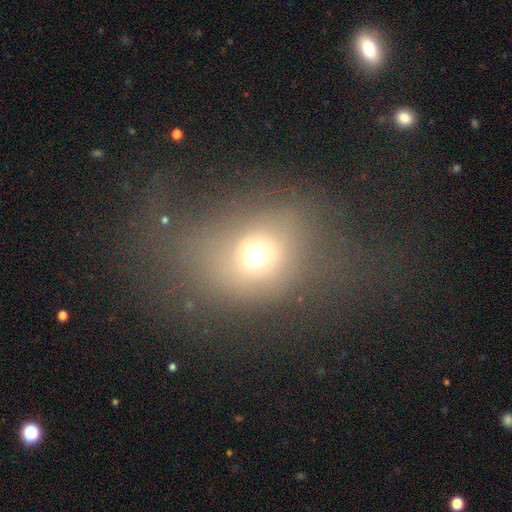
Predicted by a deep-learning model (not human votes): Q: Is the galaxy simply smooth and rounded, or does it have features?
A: smooth — 65%.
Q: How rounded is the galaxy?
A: round — 59%.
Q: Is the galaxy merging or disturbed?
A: none — 48%.